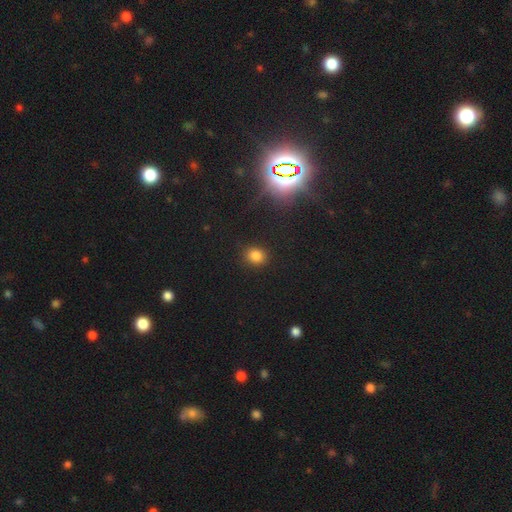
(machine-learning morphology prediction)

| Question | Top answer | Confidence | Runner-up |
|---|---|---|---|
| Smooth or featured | smooth | 80% | star or artifact (15%) |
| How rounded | round | 68% | in between (31%) |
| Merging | none | 86% | minor disturbance (9%) |